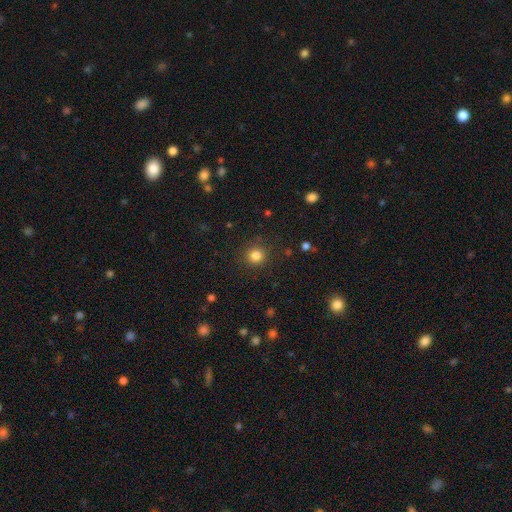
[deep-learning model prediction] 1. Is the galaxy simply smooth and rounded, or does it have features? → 83% smooth, 12% star or artifact, 4% featured or disk.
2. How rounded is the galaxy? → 93% round, 6% in between, 1% cigar-shaped.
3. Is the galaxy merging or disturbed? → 89% none, 6% minor disturbance, 3% major disturbance, 1% merger.